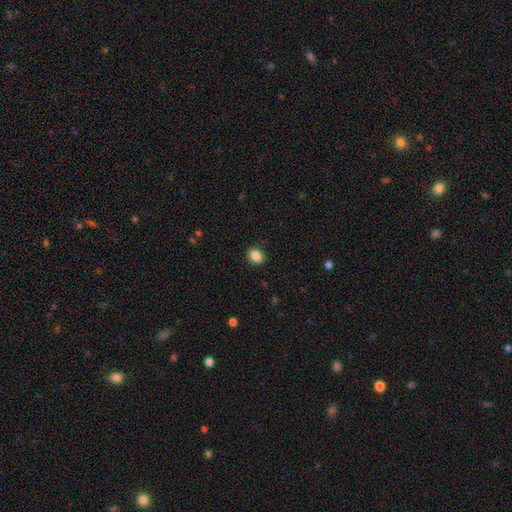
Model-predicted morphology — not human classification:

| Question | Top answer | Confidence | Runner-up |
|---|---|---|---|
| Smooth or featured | smooth | 87% | star or artifact (9%) |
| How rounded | in between | 57% | round (42%) |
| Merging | none | 90% | minor disturbance (7%) |